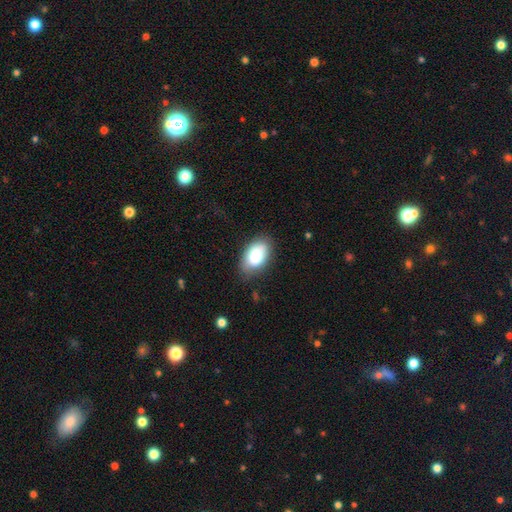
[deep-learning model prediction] A smooth galaxy with no disk features (83%) that is in between round and cigar-shaped (93%).

Vote fractions:
- Smooth or featured? smooth: 83% / featured or disk: 10% / star or artifact: 7%
- How rounded? in between: 93% / round: 6% / cigar-shaped: 1%
- Merging? none: 76% / minor disturbance: 18% / major disturbance: 4% / merger: 1%